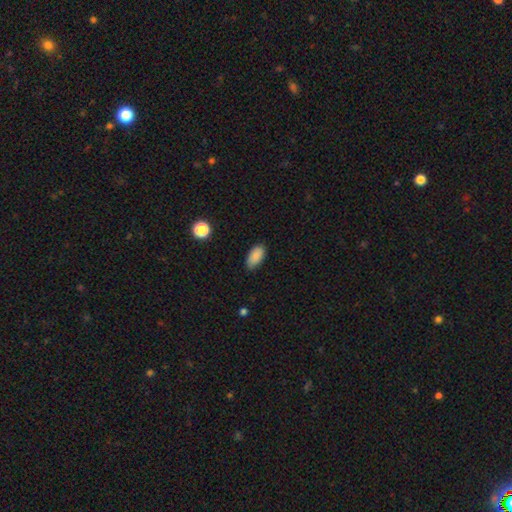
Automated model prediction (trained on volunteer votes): Smooth or featured? Predicted: smooth (p=0.86). How rounded? Predicted: in between (p=0.93). Merging? Predicted: none (p=0.84).